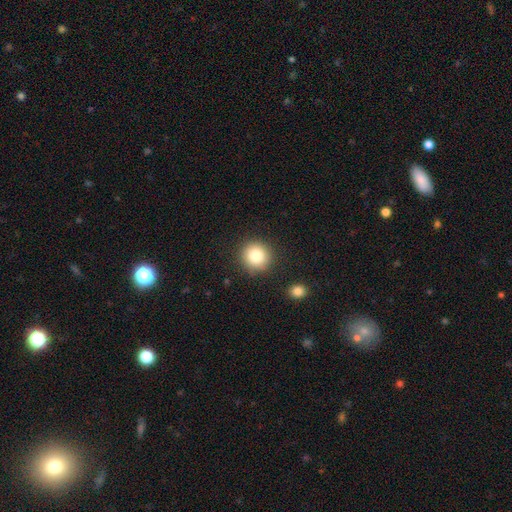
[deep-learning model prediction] Q: Smooth or featured?
A: smooth (84%); runner-up: star or artifact (10%)
Q: How rounded?
A: round (92%); runner-up: in between (7%)
Q: Merging?
A: none (88%); runner-up: minor disturbance (7%)